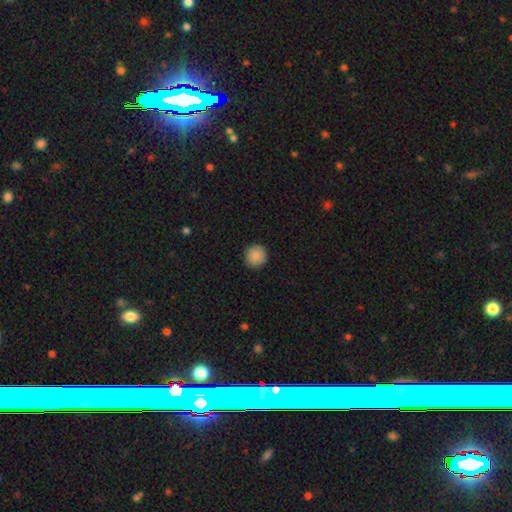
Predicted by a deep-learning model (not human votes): Overall: smooth (88%). How rounded: round (93%). Merging: none (91%).